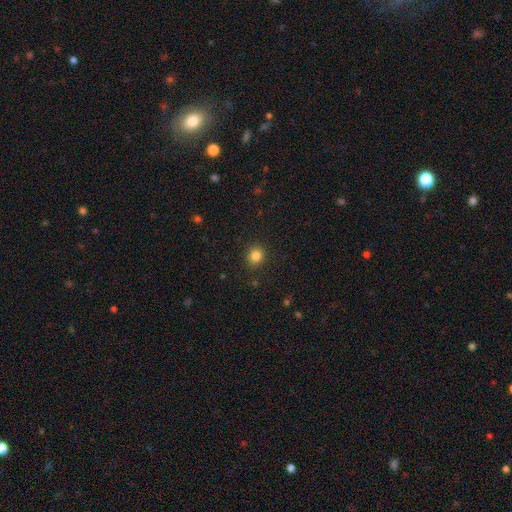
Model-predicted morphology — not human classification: A smooth galaxy with no disk features (84%) that is round (83%).

Vote fractions:
- Smooth or featured? smooth: 84% / star or artifact: 12% / featured or disk: 4%
- How rounded? round: 83% / in between: 16% / cigar-shaped: 1%
- Merging? none: 89% / minor disturbance: 7% / major disturbance: 2% / merger: 1%